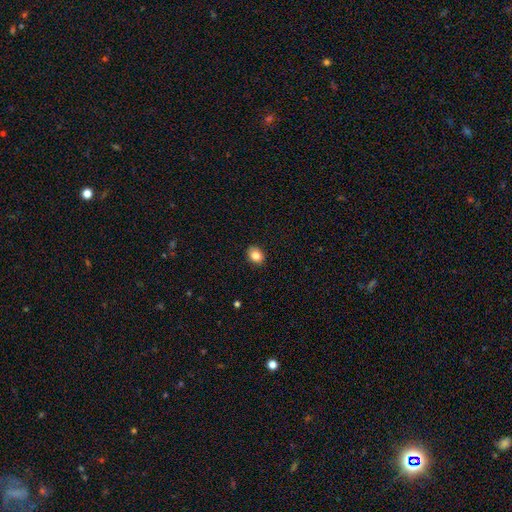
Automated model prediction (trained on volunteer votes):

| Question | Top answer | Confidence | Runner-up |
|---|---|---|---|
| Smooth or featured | smooth | 84% | star or artifact (9%) |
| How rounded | in between | 52% | round (48%) |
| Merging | none | 90% | minor disturbance (8%) |